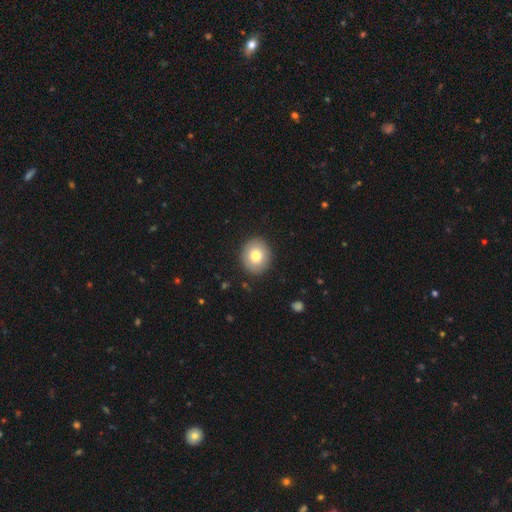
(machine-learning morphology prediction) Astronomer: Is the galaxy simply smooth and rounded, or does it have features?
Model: smooth — 78%.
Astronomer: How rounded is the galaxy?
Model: round — 75%.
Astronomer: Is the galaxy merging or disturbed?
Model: none — 90%.